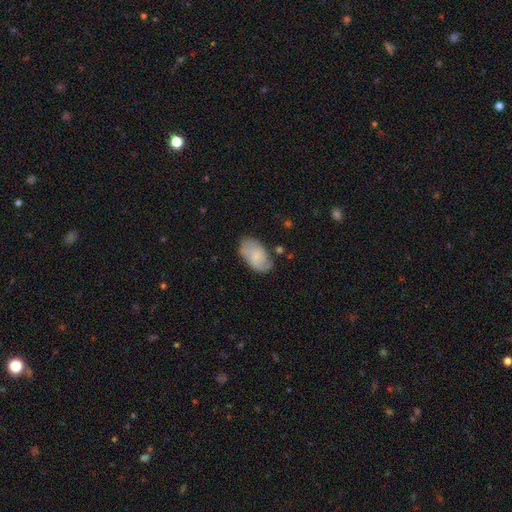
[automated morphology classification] Smooth or featured?
  - smooth: 61% *
  - featured or disk: 32%
  - star or artifact: 7%
How rounded?
  - in between: 93% *
  - round: 5%
  - cigar-shaped: 2%
Merging?
  - none: 66% *
  - minor disturbance: 25%
  - major disturbance: 7%
  - merger: 3%